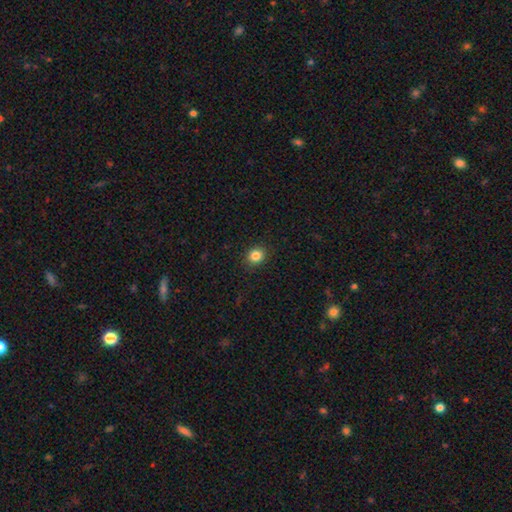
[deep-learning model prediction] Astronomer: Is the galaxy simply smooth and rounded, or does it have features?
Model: smooth — 84%.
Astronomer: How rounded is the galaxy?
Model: round — 74%.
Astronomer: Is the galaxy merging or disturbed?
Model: none — 90%.